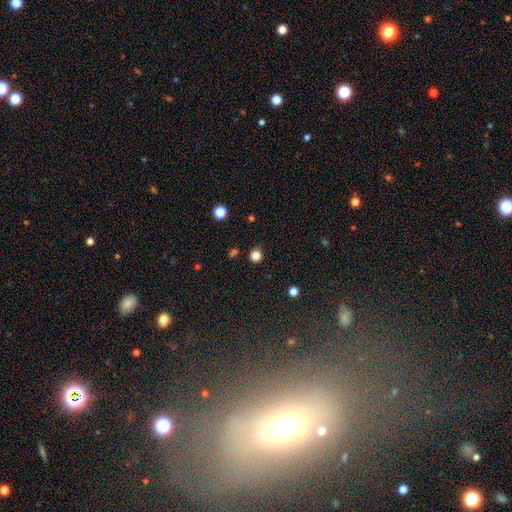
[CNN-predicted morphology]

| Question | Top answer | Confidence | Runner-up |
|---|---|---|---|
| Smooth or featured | smooth | 82% | star or artifact (14%) |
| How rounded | round | 90% | in between (9%) |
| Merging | none | 81% | minor disturbance (14%) |